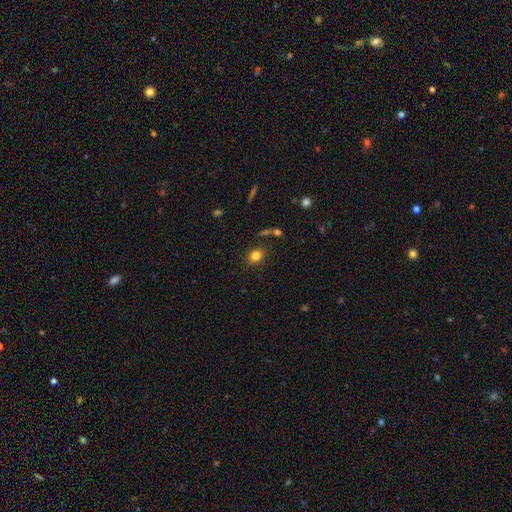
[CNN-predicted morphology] smooth 81%, star or artifact 12%, featured or disk 7%. Down the decision tree: how rounded — round (58%); merging — none (80%).